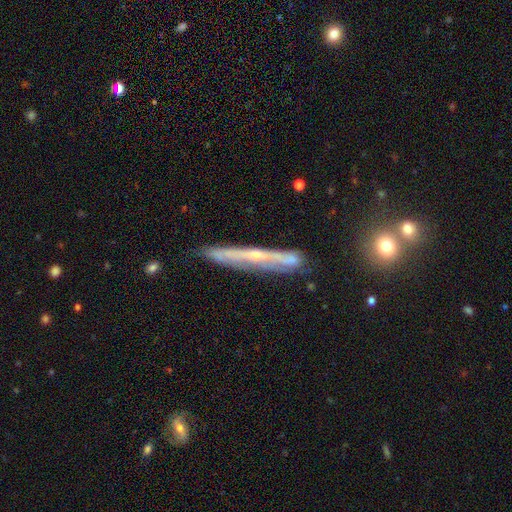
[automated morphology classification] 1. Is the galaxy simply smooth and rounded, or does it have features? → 73% featured or disk, 20% smooth, 7% star or artifact.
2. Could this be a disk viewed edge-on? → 90% yes, 10% no.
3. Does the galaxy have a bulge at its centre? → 60% rounded, 37% none, 4% boxy.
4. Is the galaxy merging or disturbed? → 77% none, 17% minor disturbance, 3% merger, 3% major disturbance.